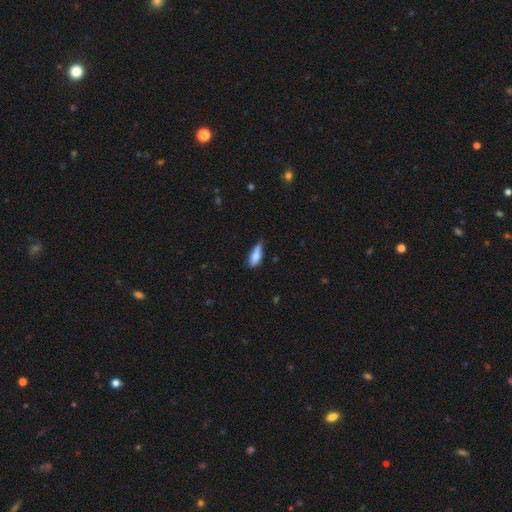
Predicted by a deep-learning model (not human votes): Smooth or featured? Predicted: smooth (p=0.77). How rounded? Predicted: in between (p=0.65). Merging? Predicted: none (p=0.44, tied with minor disturbance).